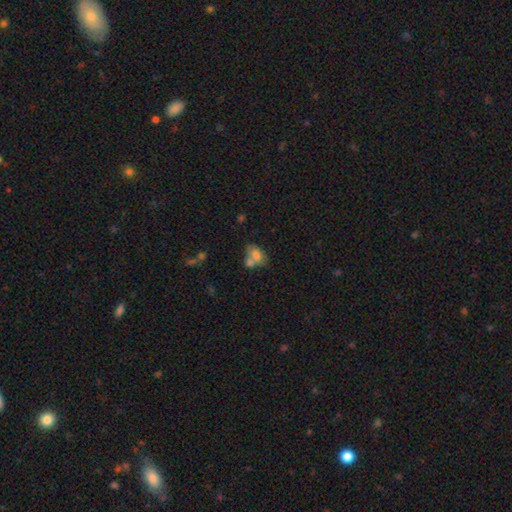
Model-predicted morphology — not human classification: Smooth or featured? Predicted: smooth (p=0.67). How rounded? Predicted: in between (p=0.82). Merging? Predicted: merger (p=0.55).